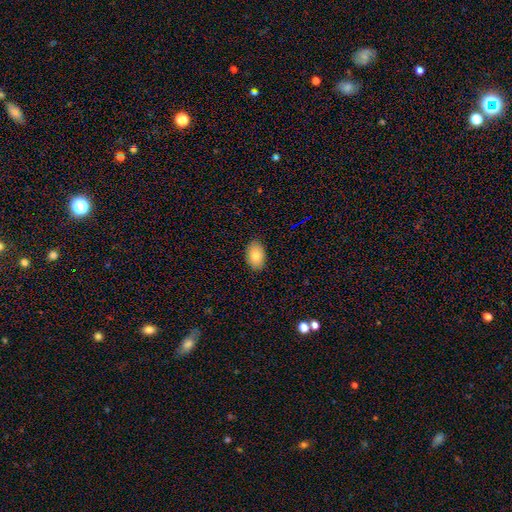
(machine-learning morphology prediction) smooth-or-featured: smooth: 82% | featured or disk: 10% | star or artifact: 8%
  how-rounded: in between: 88% | round: 11% | cigar-shaped: 1%
  merging: none: 87% | minor disturbance: 10% | major disturbance: 2% | merger: 1%